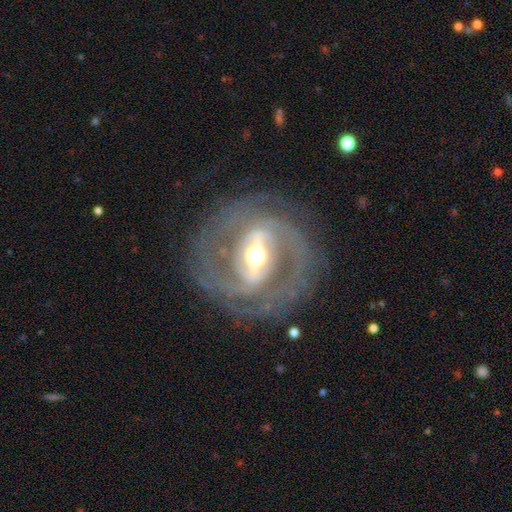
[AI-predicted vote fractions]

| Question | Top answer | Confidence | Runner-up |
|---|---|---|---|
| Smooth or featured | featured or disk | 86% | smooth (8%) |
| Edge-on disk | no | 93% | yes (7%) |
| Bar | strong | 68% | weak (23%) |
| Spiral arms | yes | 82% | no (18%) |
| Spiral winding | tight | 52% | medium (36%) |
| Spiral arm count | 2 | 63% | can't tell (19%) |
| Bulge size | moderate | 65% | large (18%) |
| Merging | none | 77% | minor disturbance (12%) |